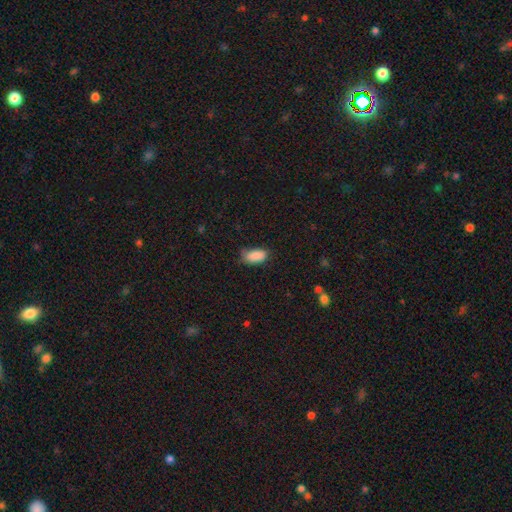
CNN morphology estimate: A smooth galaxy with no disk features (88%) that is in between round and cigar-shaped (92%). Merging: none (66%).